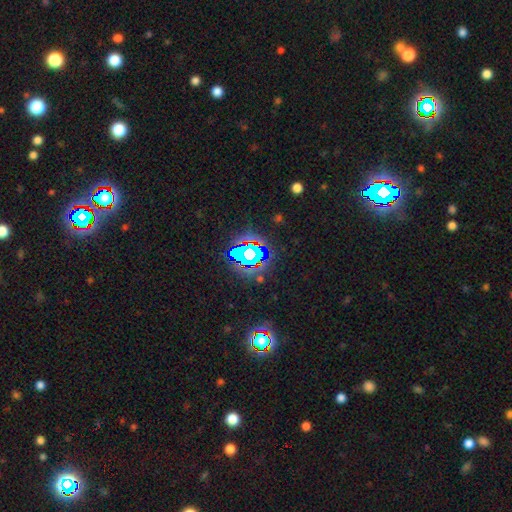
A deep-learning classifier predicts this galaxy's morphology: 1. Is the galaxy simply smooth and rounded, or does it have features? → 70% star or artifact, 16% smooth, 13% featured or disk.